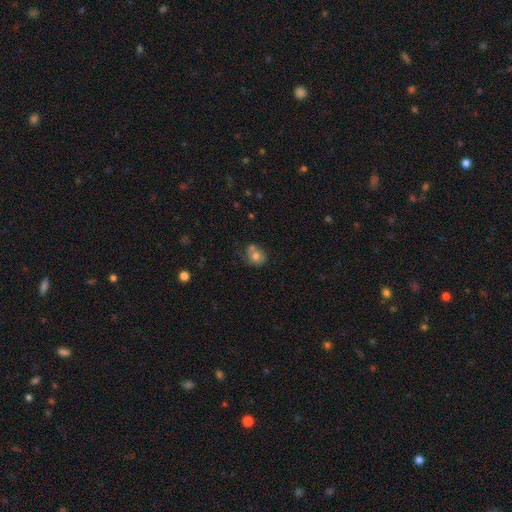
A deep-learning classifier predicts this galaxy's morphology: smooth 67%, featured or disk 22%, star or artifact 11%. Down the decision tree: how rounded — round (70%); merging — none (44%).